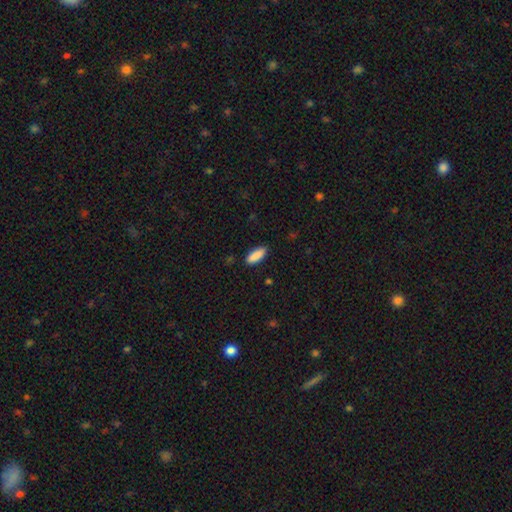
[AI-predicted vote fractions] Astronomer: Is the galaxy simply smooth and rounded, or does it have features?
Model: smooth — 89%.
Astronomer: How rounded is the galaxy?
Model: in between — 67%.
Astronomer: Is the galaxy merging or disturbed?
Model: none — 87%.